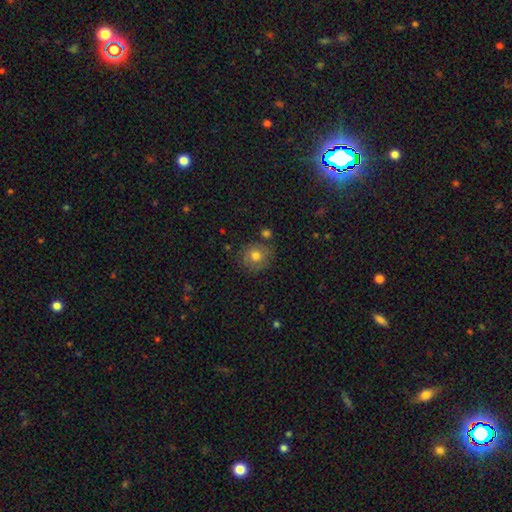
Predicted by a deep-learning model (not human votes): This is likely a smooth galaxy (72%). How rounded: clearly round (87%). Merging: likely none (76%).